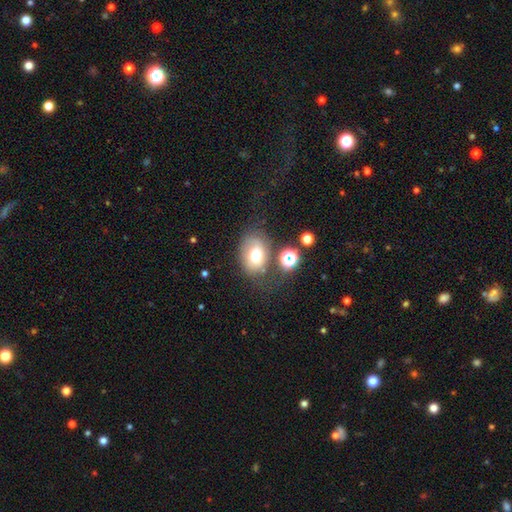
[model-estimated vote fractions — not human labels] A smooth galaxy with no disk features (66%) that is in between round and cigar-shaped (68%). Merging: none (56%).